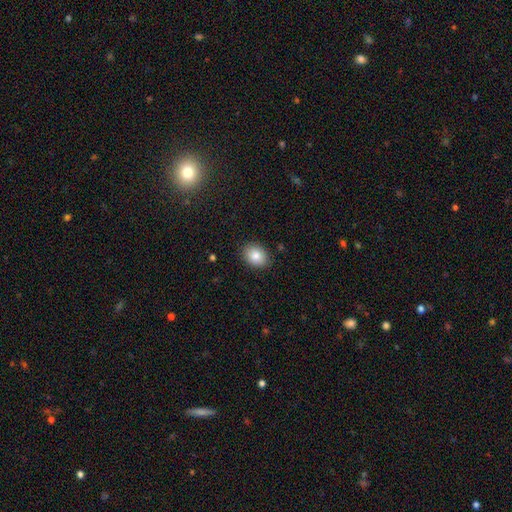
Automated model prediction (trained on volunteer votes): This appears to be a smooth galaxy with no disk features (85%) that is in between round and cigar-shaped (66%). Merging: none (88%).